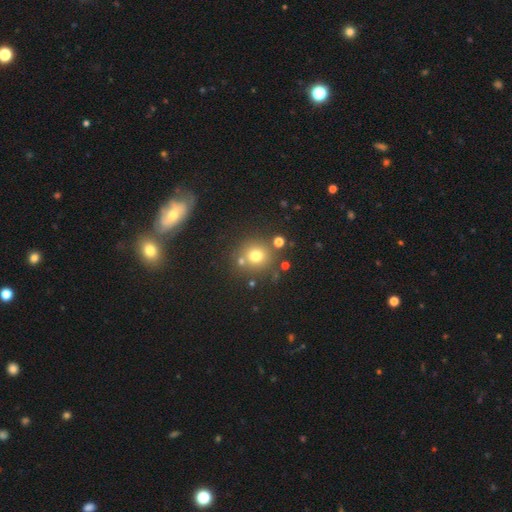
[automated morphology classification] Smooth or featured?
  - smooth: 73% *
  - star or artifact: 17%
  - featured or disk: 11%
How rounded?
  - round: 90% *
  - in between: 9%
  - cigar-shaped: 1%
Merging?
  - none: 75% *
  - merger: 12%
  - minor disturbance: 9%
  - major disturbance: 4%